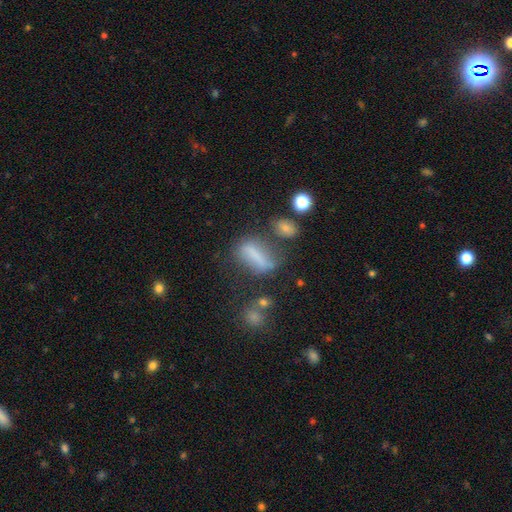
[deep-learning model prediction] This is likely a smooth galaxy (60%). How rounded: possibly in between (53%). Merging: possibly none (46%).